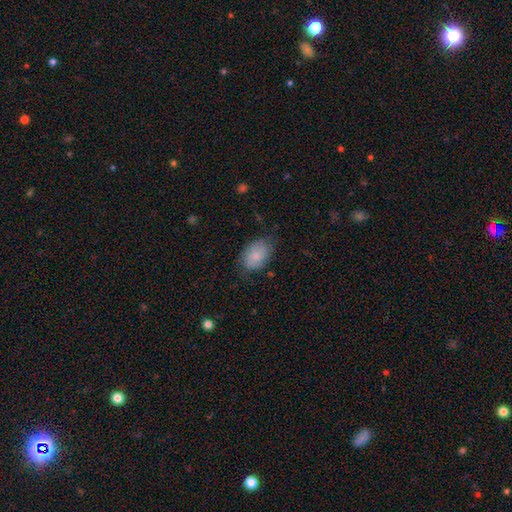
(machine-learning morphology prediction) Smooth or featured? smooth (79%)
How rounded? in between (86%)
Merging? none (68%)